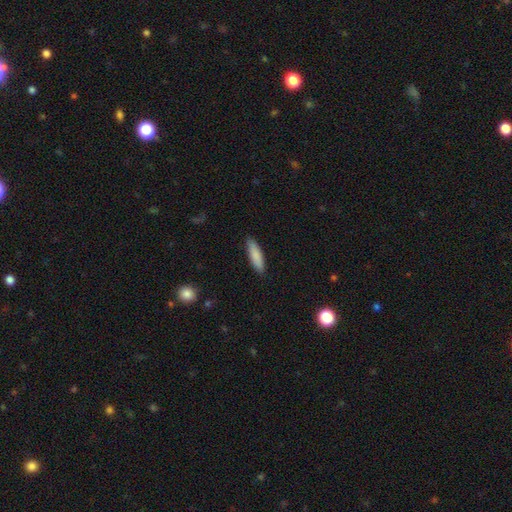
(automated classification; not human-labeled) Morphology: type=smooth (86%); roundness=cigar-shaped (65%); merging=none (87%).